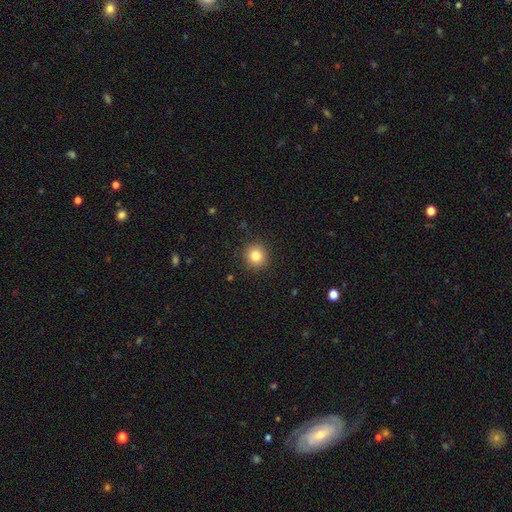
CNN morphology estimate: type=smooth (83%); roundness=round (92%); merging=none (91%).